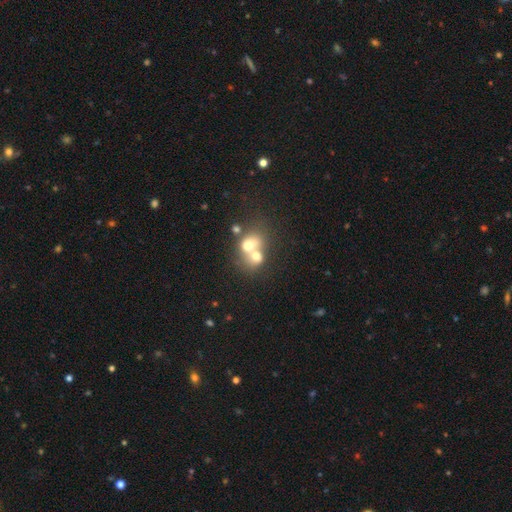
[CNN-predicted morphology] smooth-or-featured: smooth: 63% | featured or disk: 26% | star or artifact: 11%
  how-rounded: round: 58% | in between: 41% | cigar-shaped: 1%
  merging: merger: 75% | none: 17% | minor disturbance: 5% | major disturbance: 4%